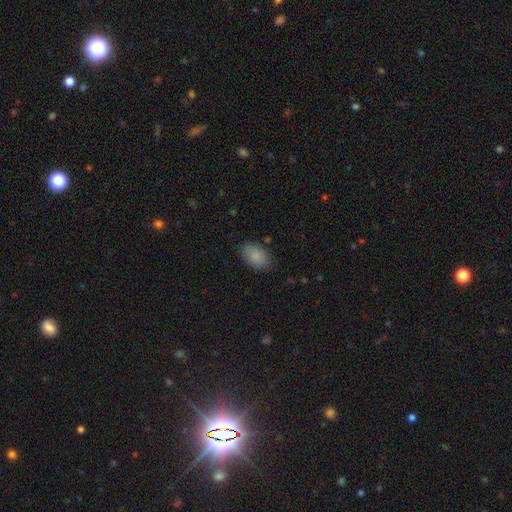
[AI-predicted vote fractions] smooth_or_featured: smooth (p=0.88) [alt: star or artifact p=0.07]
how_rounded: in between (p=0.87) [alt: round p=0.11]
merging: none (p=0.84) [alt: minor disturbance p=0.12]